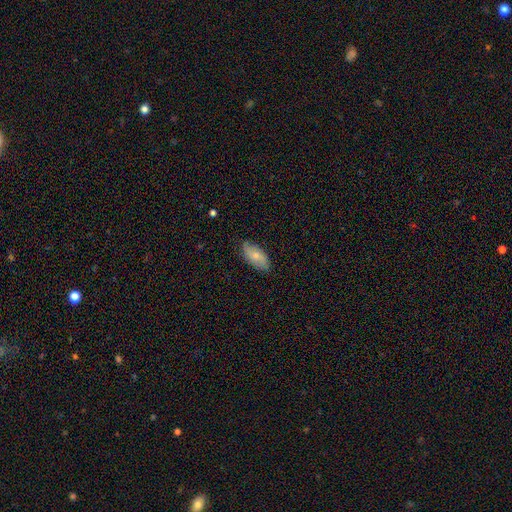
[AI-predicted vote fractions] The model was most divided on "smooth or featured": smooth: 70%, featured or disk: 24%, star or artifact: 6%. More confident: how rounded — in between (91%); merging — none (80%).